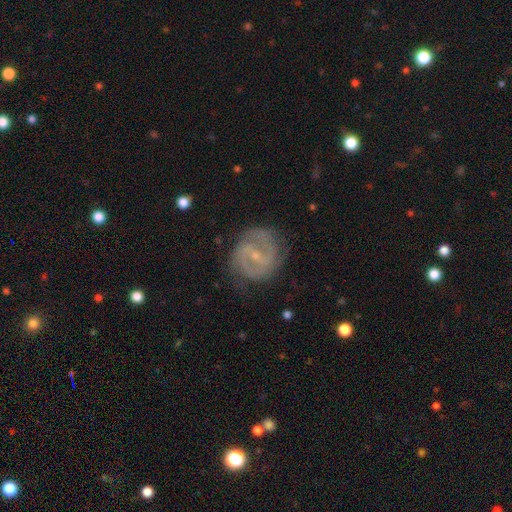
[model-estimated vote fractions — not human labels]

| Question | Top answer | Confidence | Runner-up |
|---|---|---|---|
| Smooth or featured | featured or disk | 85% | smooth (10%) |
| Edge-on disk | no | 97% | yes (3%) |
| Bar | weak | 50% | no (28%) |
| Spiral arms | yes | 95% | no (5%) |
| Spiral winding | medium | 49% | tight (37%) |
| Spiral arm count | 2 | 81% | can't tell (8%) |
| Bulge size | small | 76% | moderate (20%) |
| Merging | none | 78% | minor disturbance (15%) |